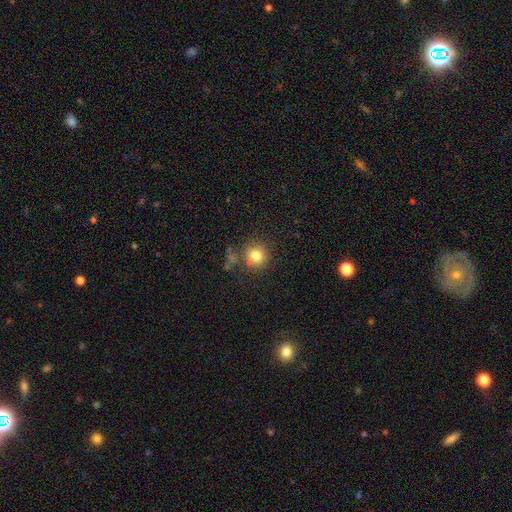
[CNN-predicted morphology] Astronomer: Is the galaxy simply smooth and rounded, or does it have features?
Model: smooth — 80%.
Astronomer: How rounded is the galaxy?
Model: round — 91%.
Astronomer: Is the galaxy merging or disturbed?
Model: none — 77%.